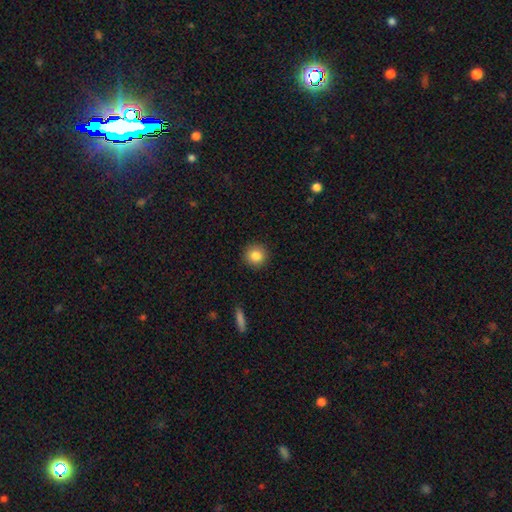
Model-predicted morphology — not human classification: This appears to be a smooth galaxy with no disk features (83%) that is round (94%). Merging: none (92%).